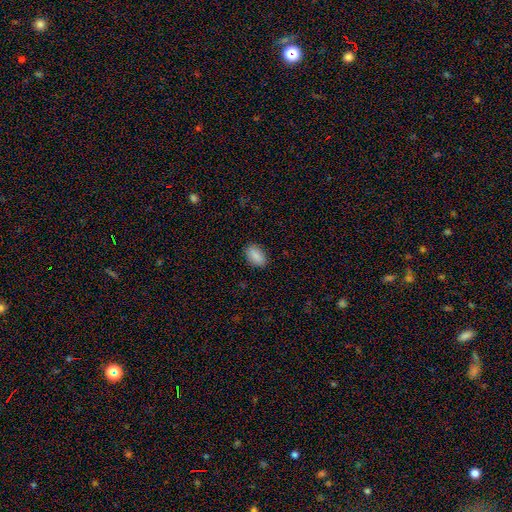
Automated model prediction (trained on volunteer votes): Overall: smooth (89%). How rounded: in between (91%). Merging: none (88%).